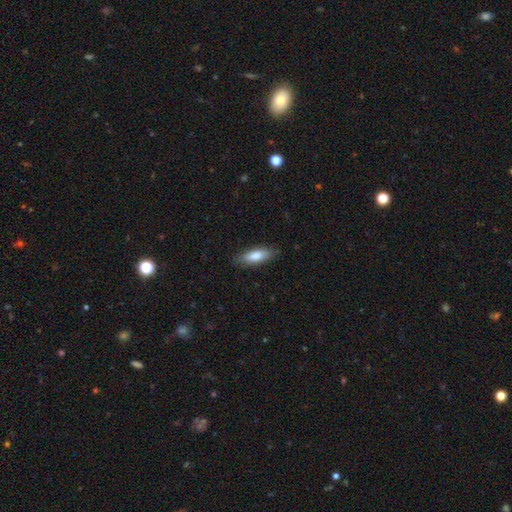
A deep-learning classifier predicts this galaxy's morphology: This is clearly a smooth galaxy (82%). How rounded: likely in between (64%). Merging: clearly none (84%).